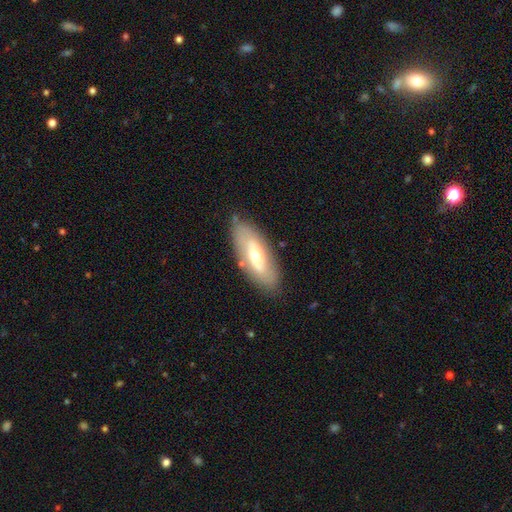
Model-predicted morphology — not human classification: smooth_or_featured: featured or disk (p=0.51) [alt: smooth p=0.42]
disk_edge_on: no (p=0.78) [alt: yes p=0.22]
merging: none (p=0.82) [alt: minor disturbance p=0.13]